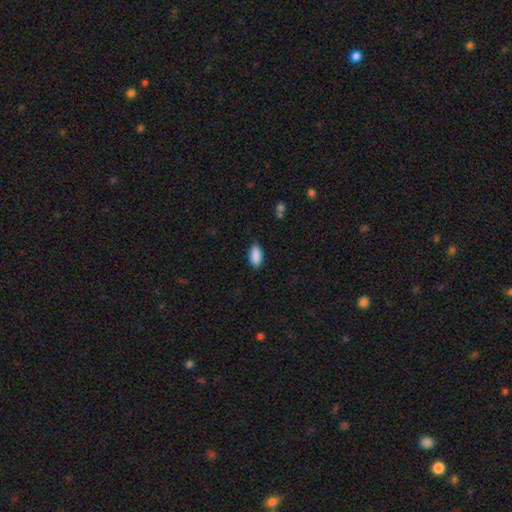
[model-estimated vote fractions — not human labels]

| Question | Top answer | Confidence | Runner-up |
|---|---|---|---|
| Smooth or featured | smooth | 90% | star or artifact (7%) |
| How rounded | in between | 91% | cigar-shaped (7%) |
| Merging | none | 87% | minor disturbance (10%) |